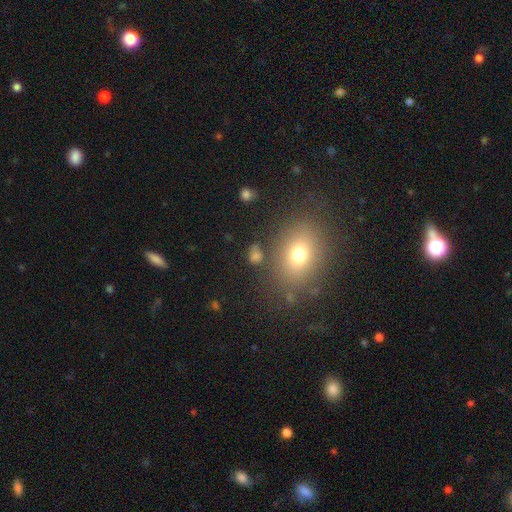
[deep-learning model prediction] Smooth or featured: smooth — 71% (star or artifact — 18%)
How rounded: in between — 54% (round — 43%)
Merging: none — 69% (minor disturbance — 14%)